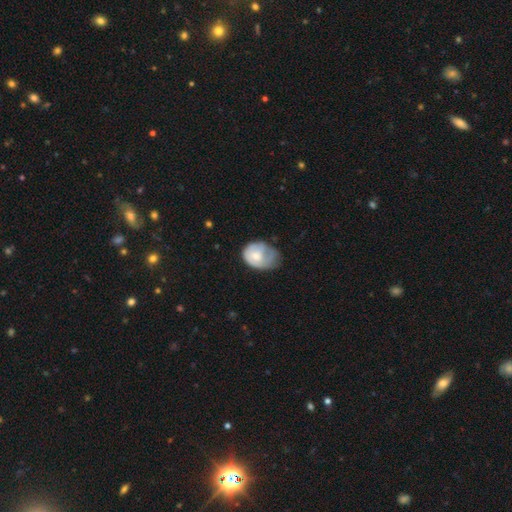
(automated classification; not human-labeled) This is likely a smooth galaxy (64%). How rounded: likely in between (62%). Merging: marginally minor disturbance (42%).